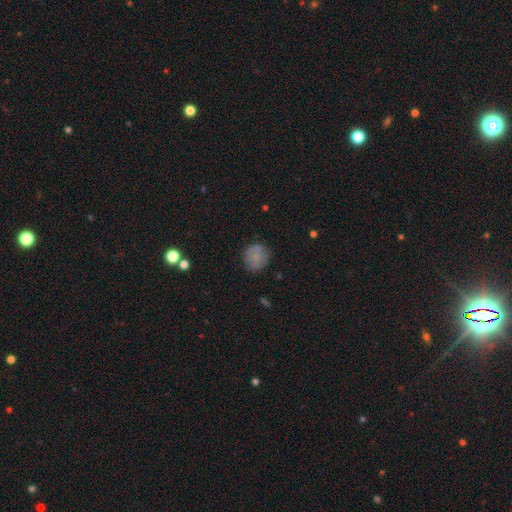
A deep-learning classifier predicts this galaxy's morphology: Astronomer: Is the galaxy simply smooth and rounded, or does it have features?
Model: smooth — 79%.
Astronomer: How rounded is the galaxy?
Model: round — 86%.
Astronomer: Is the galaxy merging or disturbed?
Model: none — 80%.